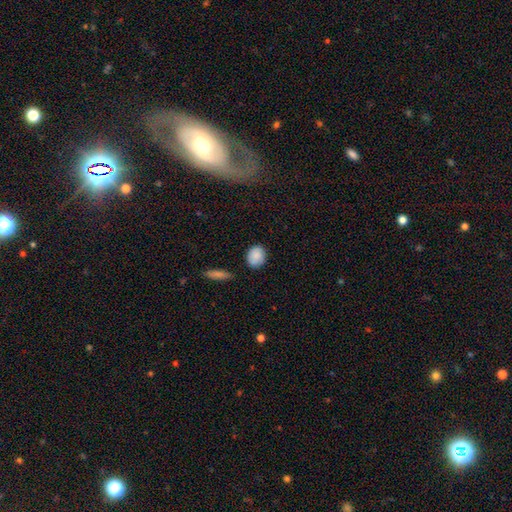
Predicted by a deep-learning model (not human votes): This is clearly a smooth galaxy (88%). How rounded: likely round (62%). Merging: clearly none (82%).